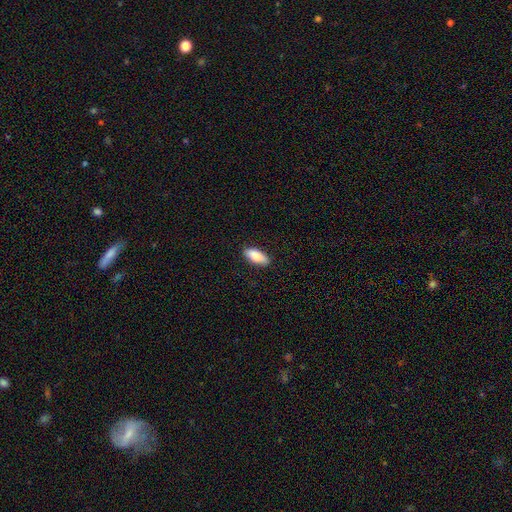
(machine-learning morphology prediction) Smooth or featured?
  - smooth: 87% *
  - featured or disk: 7%
  - star or artifact: 6%
How rounded?
  - in between: 82% *
  - cigar-shaped: 16%
  - round: 2%
Merging?
  - none: 87% *
  - minor disturbance: 10%
  - major disturbance: 2%
  - merger: 1%